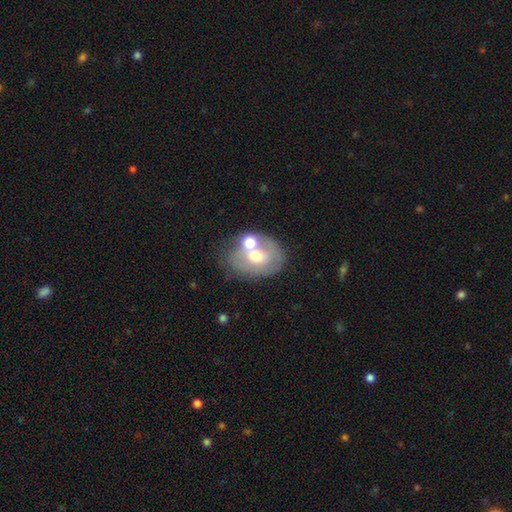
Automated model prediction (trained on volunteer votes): The model was most divided on "smooth or featured": smooth: 50%, featured or disk: 40%, star or artifact: 10%. More confident: how rounded — in between (63%); merging — none (51%).